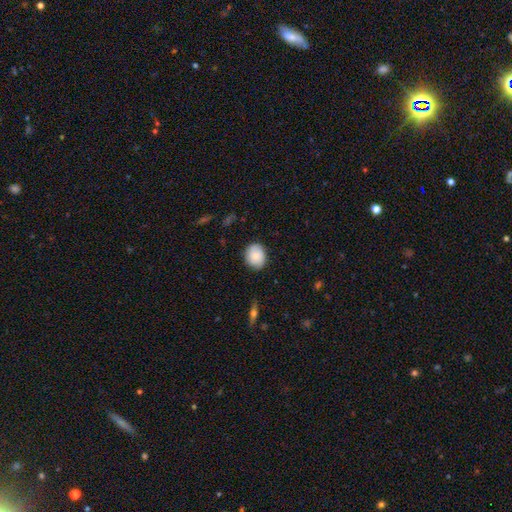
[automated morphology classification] Smooth or featured: smooth — 83% (featured or disk — 10%)
How rounded: round — 54% (in between — 45%)
Merging: none — 84% (minor disturbance — 13%)